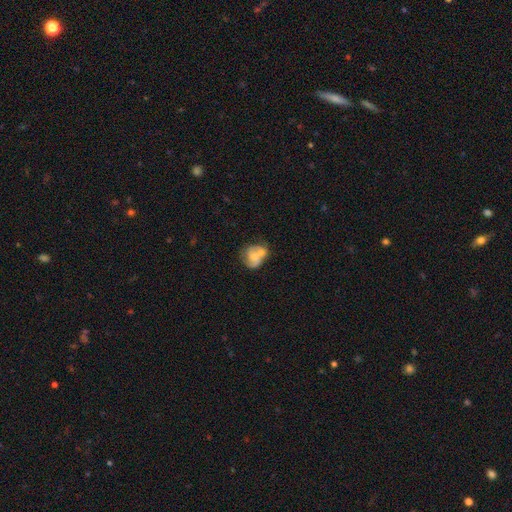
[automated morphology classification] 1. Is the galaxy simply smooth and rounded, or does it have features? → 47% featured or disk, 45% smooth, 8% star or artifact.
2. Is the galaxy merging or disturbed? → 37% merger, 31% none, 19% minor disturbance, 12% major disturbance.